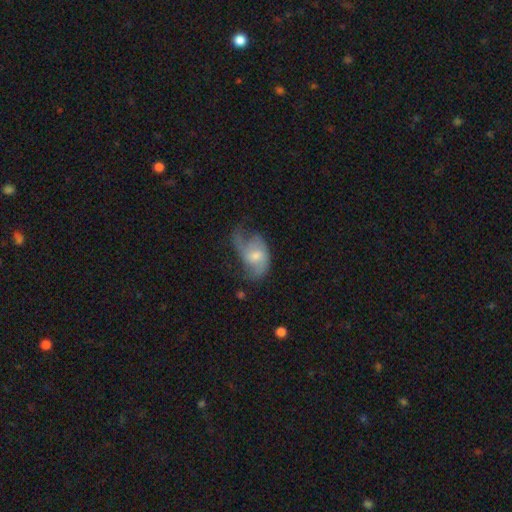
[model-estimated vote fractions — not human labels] Smooth or featured? featured or disk (62%)
Edge-on disk? no (96%)
Bar? no (55%)
Spiral arms? yes (82%)
Bulge size? moderate (46%)
Merging? major disturbance (36%)